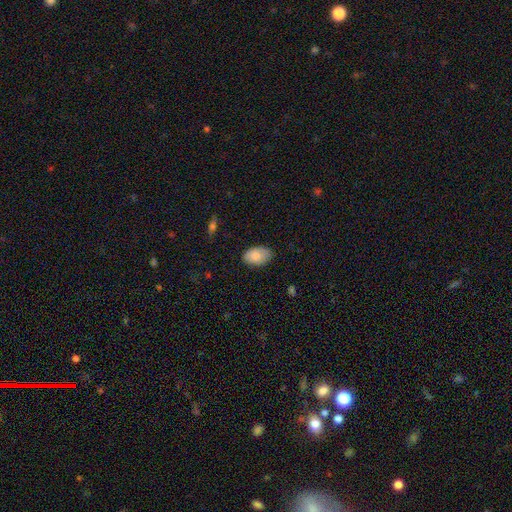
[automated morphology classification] type=smooth (84%); roundness=in between (91%); merging=none (81%).